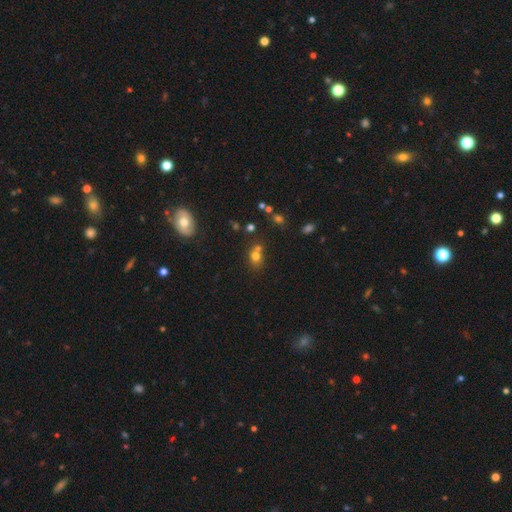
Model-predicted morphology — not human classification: This is likely a smooth galaxy (71%). How rounded: likely round (60%). Merging: possibly none (48%).